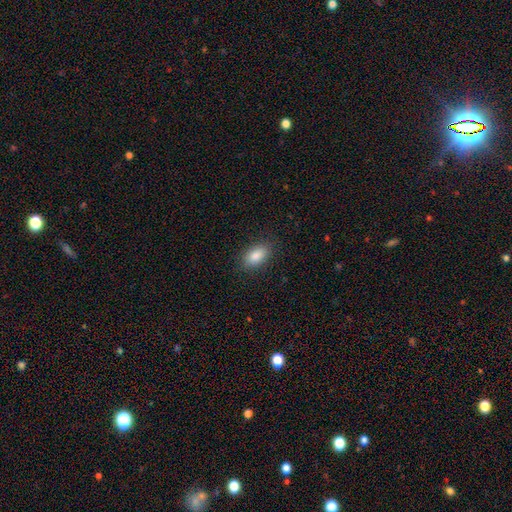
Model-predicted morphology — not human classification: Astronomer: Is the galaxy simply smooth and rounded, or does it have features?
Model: smooth — 87%.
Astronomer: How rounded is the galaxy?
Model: in between — 92%.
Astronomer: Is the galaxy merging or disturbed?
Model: none — 87%.